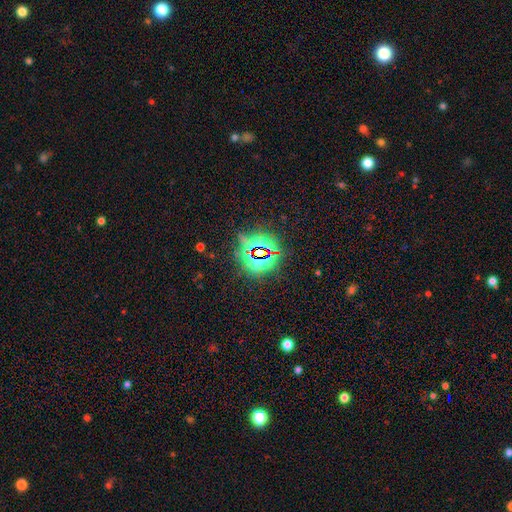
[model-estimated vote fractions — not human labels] This appears to be a star or artifact, not a galaxy (79%).